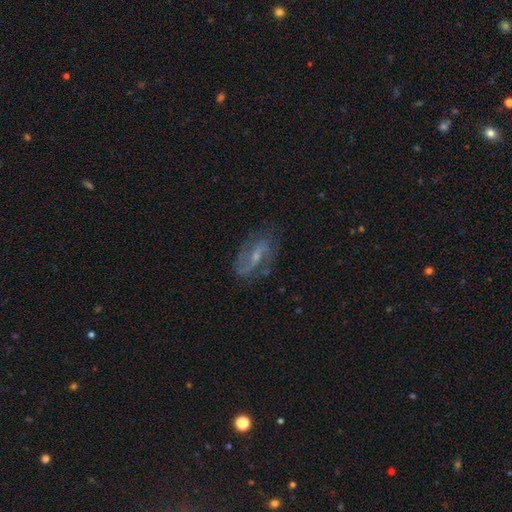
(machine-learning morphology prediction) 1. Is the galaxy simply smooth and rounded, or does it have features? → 80% featured or disk, 12% smooth, 8% star or artifact.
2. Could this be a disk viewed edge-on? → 94% no, 6% yes.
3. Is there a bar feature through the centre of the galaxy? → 51% weak, 27% no, 22% strong.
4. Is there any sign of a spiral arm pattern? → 92% yes, 8% no.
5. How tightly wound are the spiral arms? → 42% loose, 41% medium, 17% tight.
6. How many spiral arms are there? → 81% 2, 9% can't tell, 4% 1, 4% 3, 2% 4, 2% more than 4.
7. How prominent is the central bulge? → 59% small, 31% moderate, 8% none, 2% large, 1% dominant.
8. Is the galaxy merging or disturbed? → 71% none, 18% minor disturbance, 9% major disturbance, 2% merger.